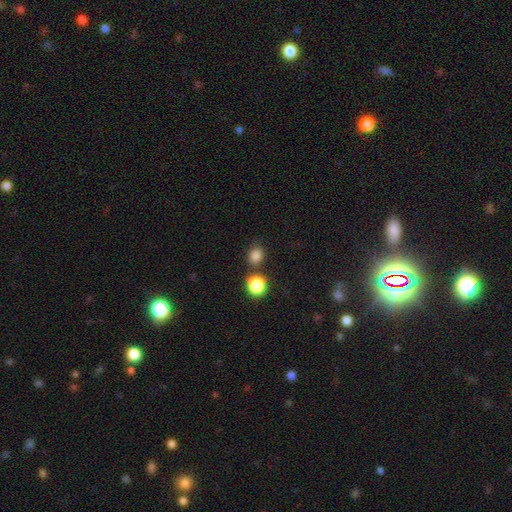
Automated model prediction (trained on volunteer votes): smooth-or-featured: smooth: 82% | star or artifact: 14% | featured or disk: 4%
  how-rounded: round: 66% | in between: 33% | cigar-shaped: 1%
  merging: none: 74% | merger: 12% | minor disturbance: 11% | major disturbance: 3%